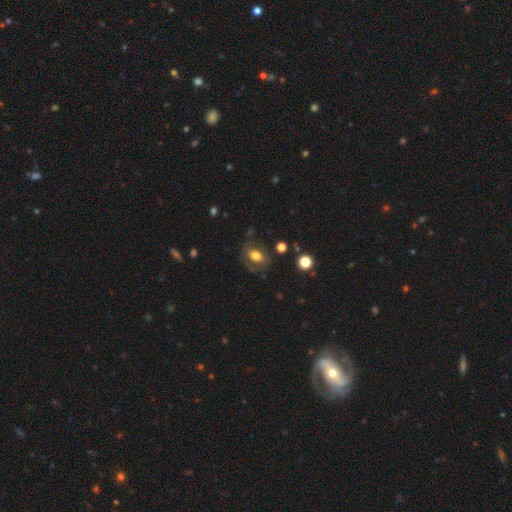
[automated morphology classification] smooth-or-featured: smooth: 61% | featured or disk: 30% | star or artifact: 9%
  how-rounded: in between: 79% | round: 18% | cigar-shaped: 3%
  merging: none: 67% | minor disturbance: 19% | major disturbance: 12% | merger: 2%